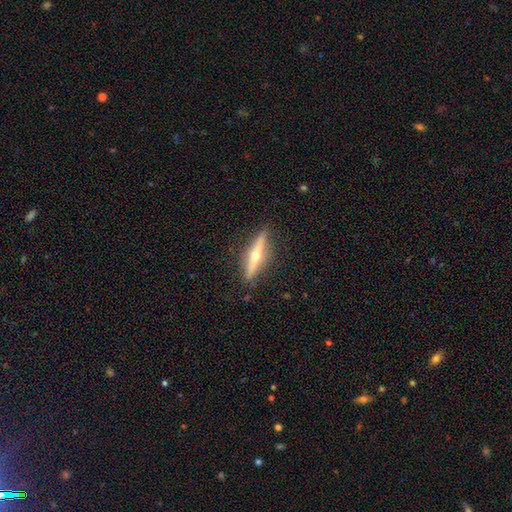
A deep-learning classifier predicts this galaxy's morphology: Smooth or featured? featured or disk (71%)
Edge-on disk? yes (95%)
Edge-on bulge? rounded (94%)
Merging? none (88%)